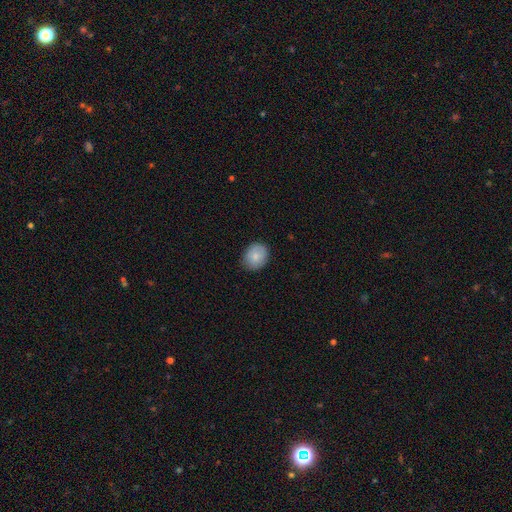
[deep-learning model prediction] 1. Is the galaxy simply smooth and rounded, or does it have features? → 85% smooth, 8% featured or disk, 7% star or artifact.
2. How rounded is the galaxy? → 51% round, 48% in between, 1% cigar-shaped.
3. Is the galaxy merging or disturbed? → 84% none, 13% minor disturbance, 2% major disturbance, 1% merger.